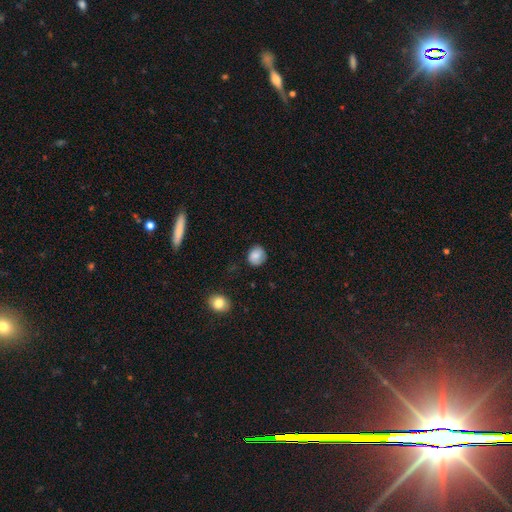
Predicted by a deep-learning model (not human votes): Morphology: type=smooth (81%); roundness=round (72%); merging=none (77%).